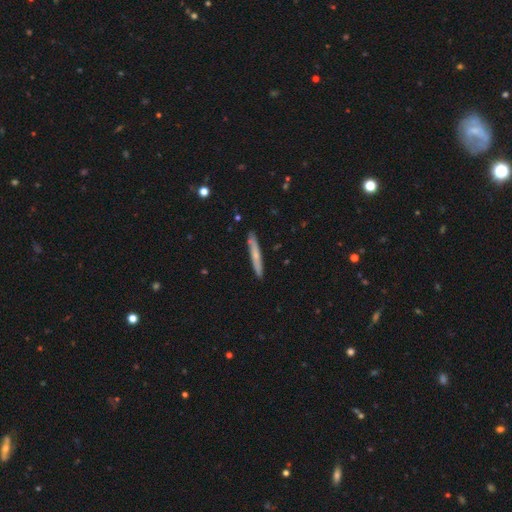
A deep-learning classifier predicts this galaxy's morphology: smooth 55%, featured or disk 39%, star or artifact 5%. Down the decision tree: how rounded — cigar-shaped (95%); merging — none (89%).